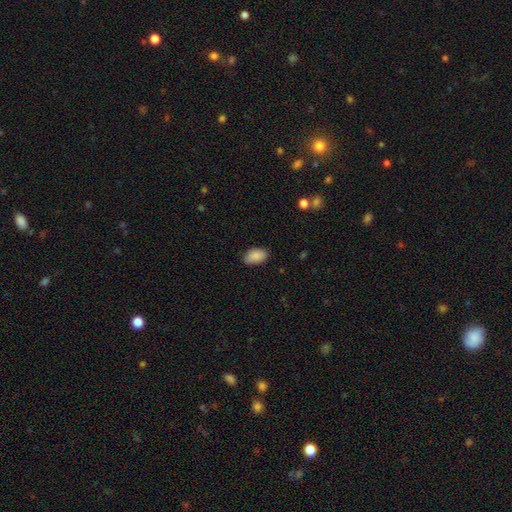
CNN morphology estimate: Q: Smooth or featured?
A: smooth (89%); runner-up: star or artifact (7%)
Q: How rounded?
A: in between (93%); runner-up: round (5%)
Q: Merging?
A: none (83%); runner-up: minor disturbance (13%)